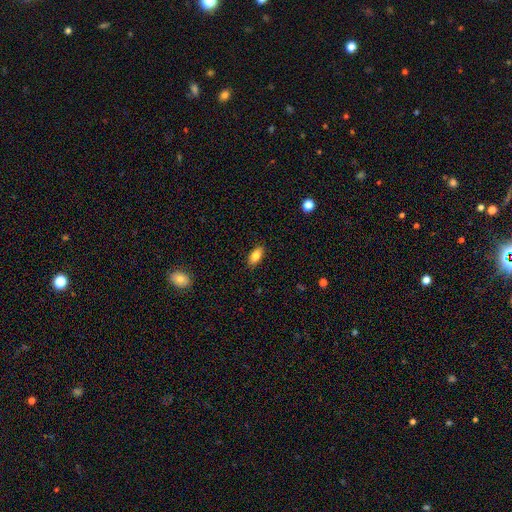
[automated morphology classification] type=smooth (82%); roundness=in between (86%); merging=none (87%).